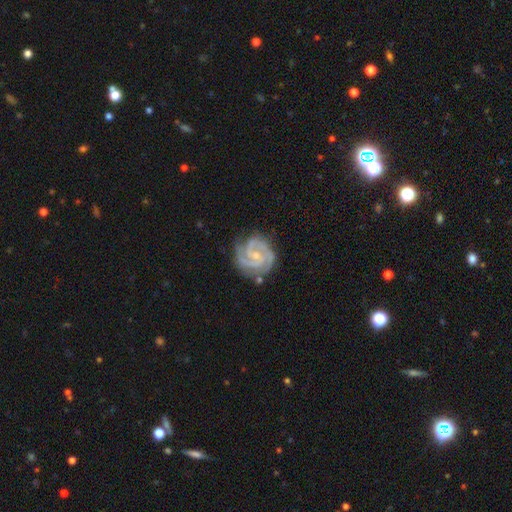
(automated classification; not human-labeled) Q: Smooth or featured?
A: featured or disk (92%); runner-up: star or artifact (4%)
Q: Edge-on disk?
A: no (98%); runner-up: yes (2%)
Q: Bar?
A: no (52%); runner-up: weak (38%)
Q: Spiral arms?
A: yes (99%); runner-up: no (1%)
Q: Spiral winding?
A: tight (66%); runner-up: medium (31%)
Q: Spiral arm count?
A: 3 (47%); runner-up: 2 (38%)
Q: Bulge size?
A: small (69%); runner-up: moderate (26%)
Q: Merging?
A: none (74%); runner-up: minor disturbance (19%)